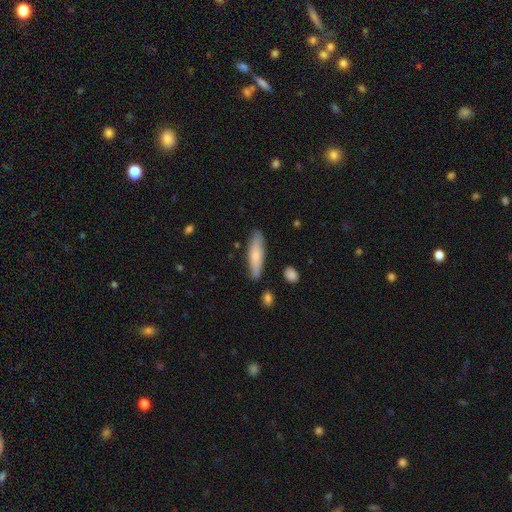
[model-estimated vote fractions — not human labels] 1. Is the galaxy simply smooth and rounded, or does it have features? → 70% smooth, 24% featured or disk, 6% star or artifact.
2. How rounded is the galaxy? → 69% cigar-shaped, 29% in between, 2% round.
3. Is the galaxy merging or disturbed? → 81% none, 14% minor disturbance, 3% merger, 2% major disturbance.